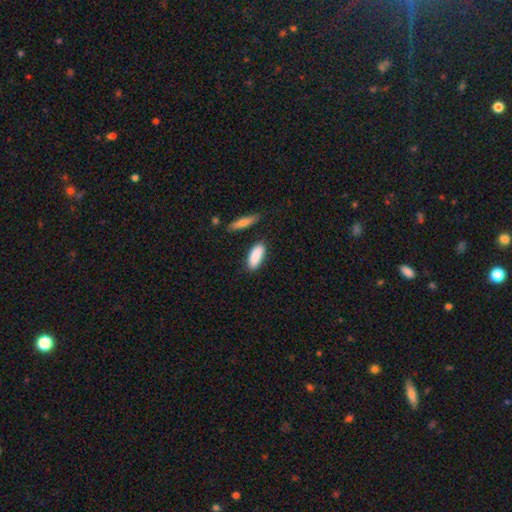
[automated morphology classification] This is clearly a smooth galaxy (88%). How rounded: likely in between (69%). Merging: clearly none (81%).